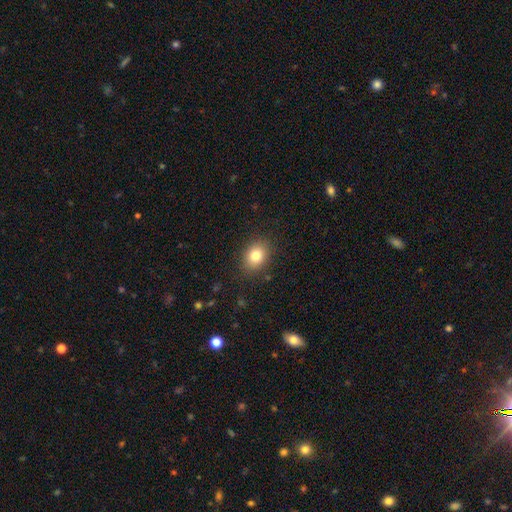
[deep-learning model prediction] smooth 81%, star or artifact 10%, featured or disk 9%. Down the decision tree: how rounded — in between (54%); merging — none (86%).